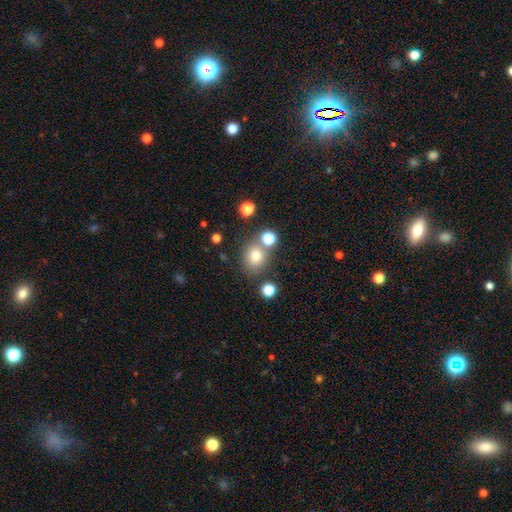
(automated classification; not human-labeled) A smooth galaxy with no disk features (74%) that is round (74%).

Vote fractions:
- Smooth or featured? smooth: 74% / star or artifact: 16% / featured or disk: 10%
- How rounded? round: 74% / in between: 25% / cigar-shaped: 1%
- Merging? none: 70% / merger: 15% / minor disturbance: 11% / major disturbance: 4%